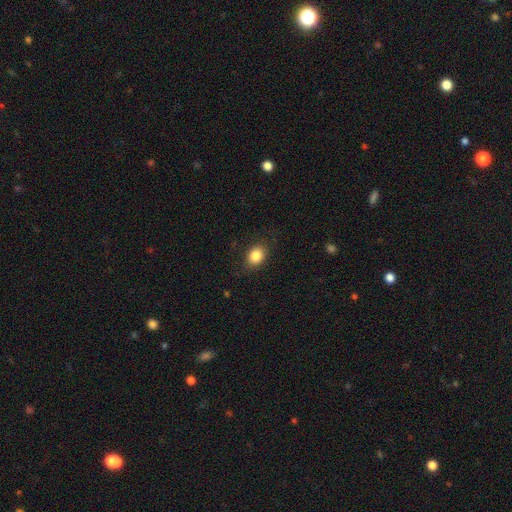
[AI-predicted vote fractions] Smooth or featured? Predicted: smooth (p=0.84). How rounded? Predicted: in between (p=0.61). Merging? Predicted: none (p=0.83).